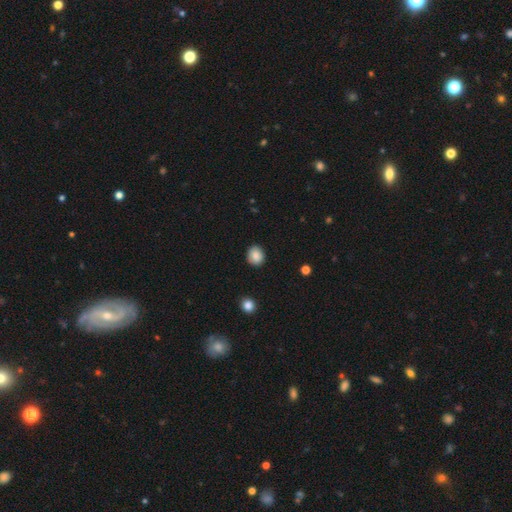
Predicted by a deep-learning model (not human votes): smooth_or_featured: smooth (p=0.88) [alt: star or artifact p=0.08]
how_rounded: round (p=0.77) [alt: in between p=0.22]
merging: none (p=0.88) [alt: minor disturbance p=0.08]